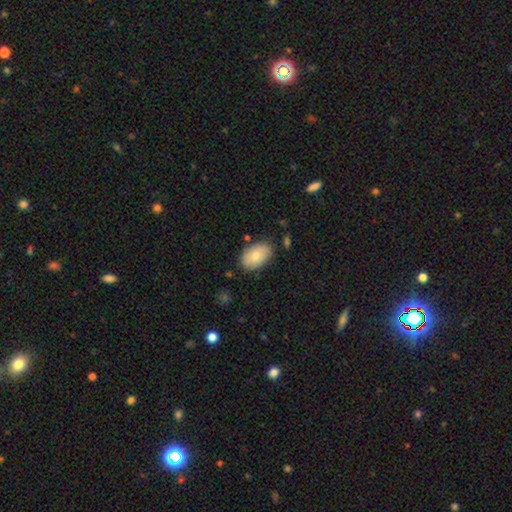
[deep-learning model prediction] Morphology: type=smooth (79%); roundness=in between (91%); merging=none (79%).